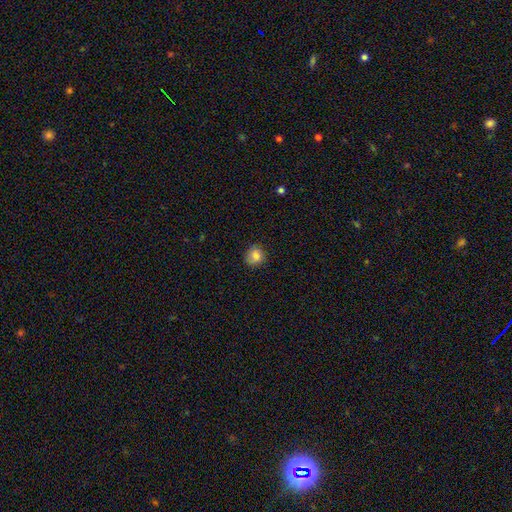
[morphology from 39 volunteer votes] Smooth or featured: smooth — 87% (featured or disk — 8%)
How rounded: round — 88% (in between — 12%)
Merging: none — 70% (minor disturbance — 22%)